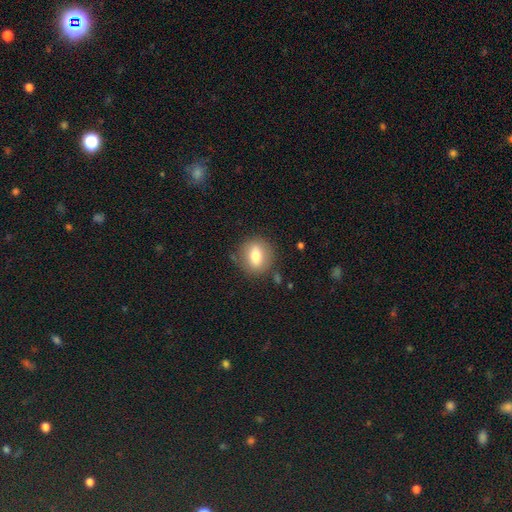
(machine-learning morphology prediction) smooth 73%, featured or disk 19%, star or artifact 9%. Down the decision tree: how rounded — round (61%); merging — none (82%).